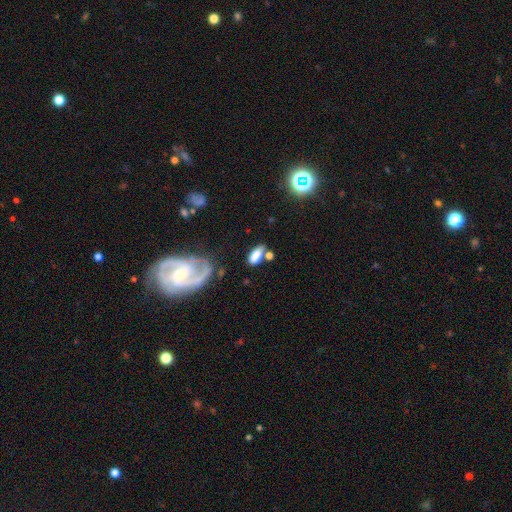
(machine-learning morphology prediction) Smooth or featured: smooth — 78% (featured or disk — 13%)
How rounded: in between — 88% (cigar-shaped — 7%)
Merging: none — 57% (minor disturbance — 18%)